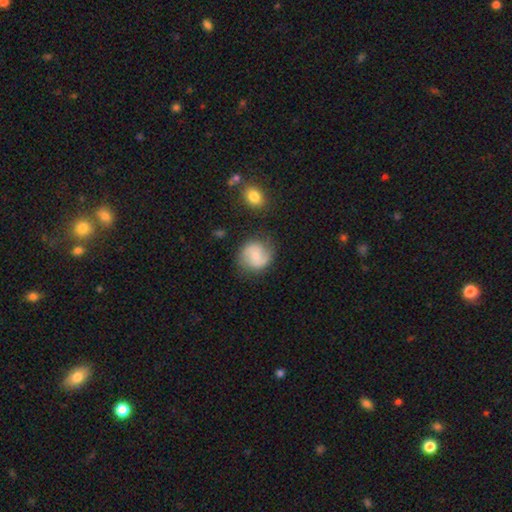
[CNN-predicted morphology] Q: Smooth or featured?
A: featured or disk (57%); runner-up: smooth (35%)
Q: Edge-on disk?
A: no (98%); runner-up: yes (2%)
Q: Bar?
A: no (56%); runner-up: weak (37%)
Q: Spiral arms?
A: yes (90%); runner-up: no (10%)
Q: Spiral winding?
A: medium (46%); runner-up: loose (32%)
Q: Spiral arm count?
A: 2 (86%); runner-up: can't tell (7%)
Q: Bulge size?
A: small (62%); runner-up: moderate (30%)
Q: Merging?
A: none (78%); runner-up: minor disturbance (15%)